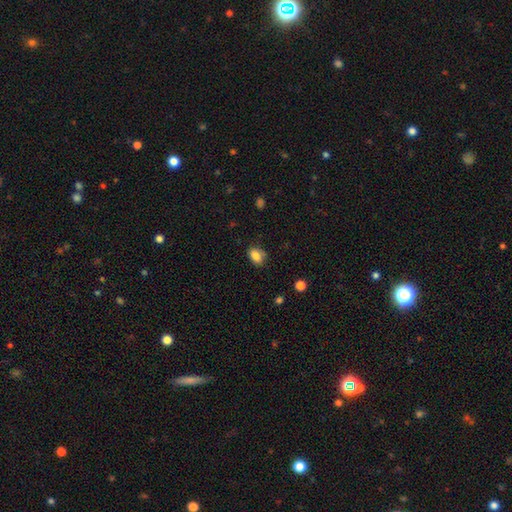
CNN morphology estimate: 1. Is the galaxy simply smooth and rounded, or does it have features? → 84% smooth, 9% star or artifact, 6% featured or disk.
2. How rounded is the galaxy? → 81% in between, 17% round, 1% cigar-shaped.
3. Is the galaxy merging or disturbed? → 72% none, 21% minor disturbance, 4% major disturbance, 3% merger.